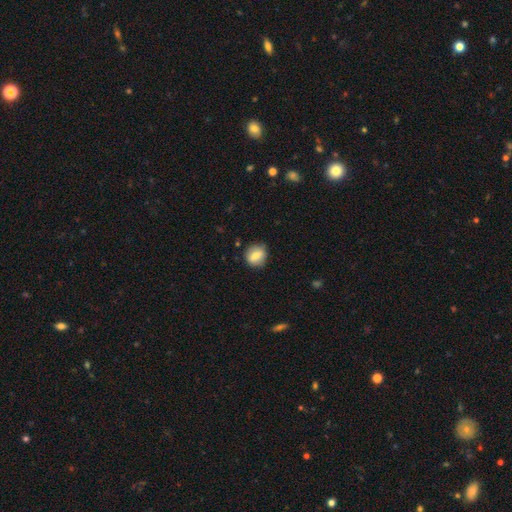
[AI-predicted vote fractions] This is likely a smooth galaxy (74%). How rounded: likely round (72%). Merging: clearly none (83%).